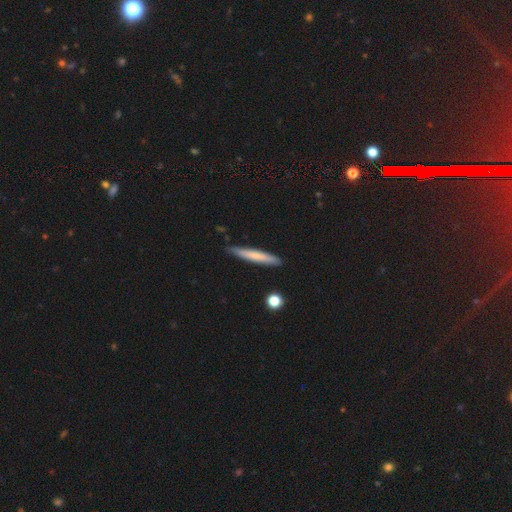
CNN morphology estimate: Smooth or featured?
  - smooth: 66% *
  - featured or disk: 28%
  - star or artifact: 6%
How rounded?
  - cigar-shaped: 95% *
  - in between: 4%
  - round: 1%
Merging?
  - none: 86% *
  - minor disturbance: 11%
  - merger: 2%
  - major disturbance: 2%